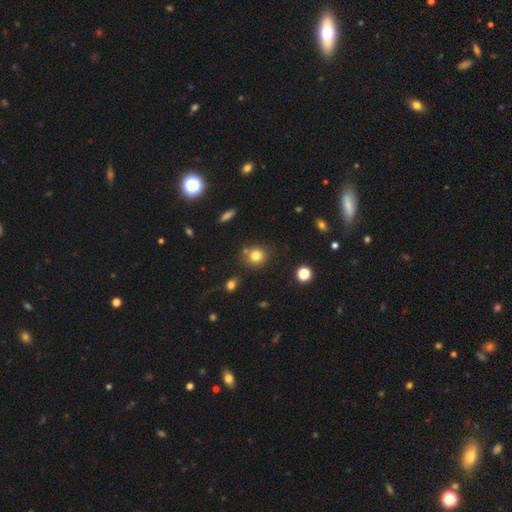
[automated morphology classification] Q: Smooth or featured?
A: smooth (80%); runner-up: star or artifact (13%)
Q: How rounded?
A: round (87%); runner-up: in between (12%)
Q: Merging?
A: none (76%); runner-up: minor disturbance (11%)